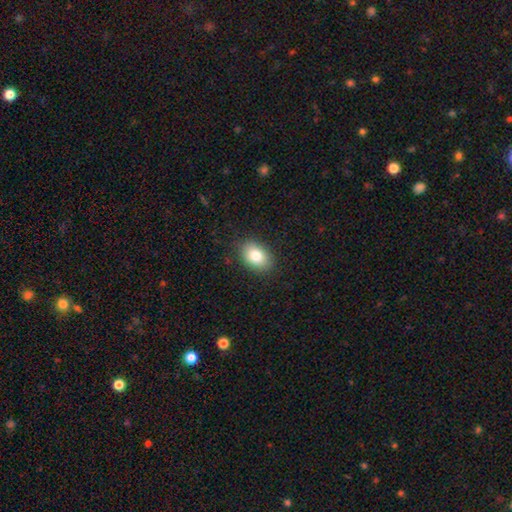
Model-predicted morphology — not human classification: smooth_or_featured: smooth (p=0.82) [alt: featured or disk p=0.10]
how_rounded: in between (p=0.82) [alt: round p=0.17]
merging: none (p=0.86) [alt: minor disturbance p=0.10]